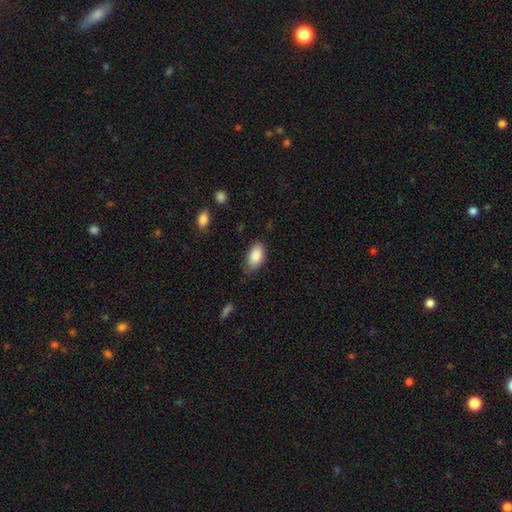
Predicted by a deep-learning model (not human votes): smooth 87%, star or artifact 7%, featured or disk 6%. Down the decision tree: how rounded — in between (93%); merging — none (70%).